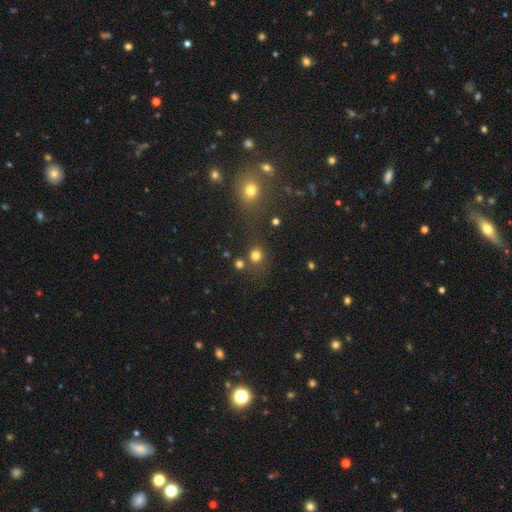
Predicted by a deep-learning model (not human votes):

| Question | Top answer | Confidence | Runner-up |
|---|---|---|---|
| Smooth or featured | smooth | 76% | star or artifact (18%) |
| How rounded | round | 88% | in between (11%) |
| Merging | none | 72% | merger (14%) |